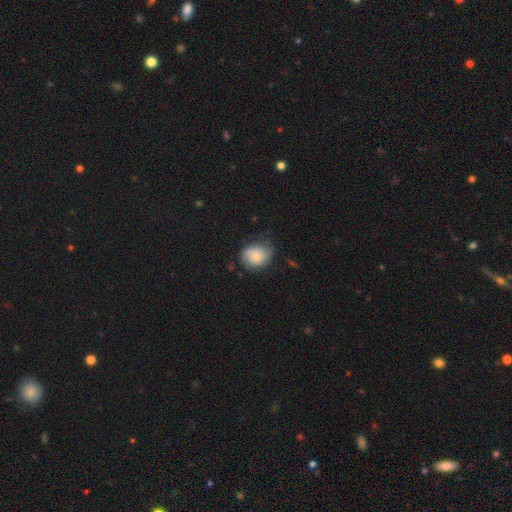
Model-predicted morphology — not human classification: A smooth galaxy with no disk features (63%) that is round (62%).

Vote fractions:
- Smooth or featured? smooth: 63% / featured or disk: 30% / star or artifact: 8%
- How rounded? round: 62% / in between: 38% / cigar-shaped: 1%
- Merging? none: 56% / minor disturbance: 31% / major disturbance: 11% / merger: 2%